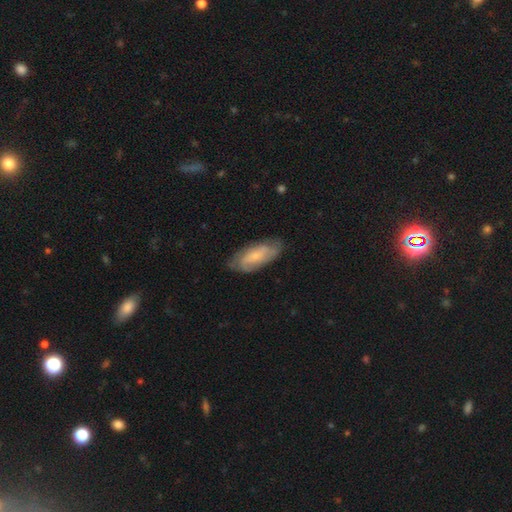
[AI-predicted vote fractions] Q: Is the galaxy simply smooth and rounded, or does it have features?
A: featured or disk — 56%.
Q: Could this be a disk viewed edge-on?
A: no — 90%.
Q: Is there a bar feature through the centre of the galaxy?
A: no — 56%.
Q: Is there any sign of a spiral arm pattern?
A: yes — 86%.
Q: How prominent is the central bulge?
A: small — 60%.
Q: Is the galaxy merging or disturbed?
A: none — 73%.